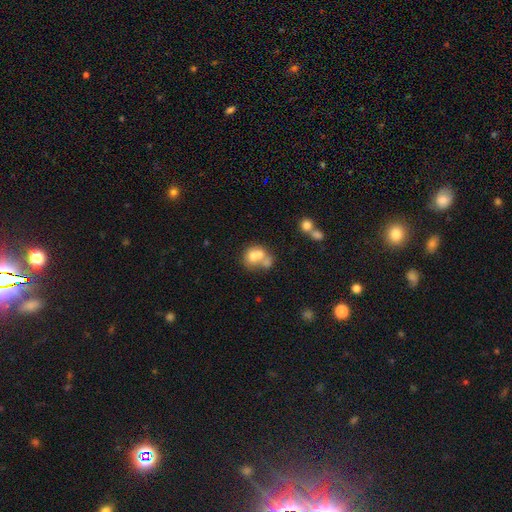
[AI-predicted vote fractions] Overall: smooth (59%; featured or disk 29%). How rounded: round (56%; in between 43%). Merging: merger (61%; none 24%).